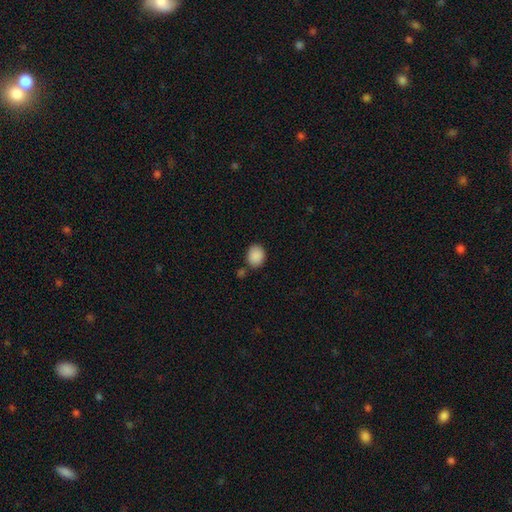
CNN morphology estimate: smooth-or-featured: smooth: 89% | star or artifact: 8% | featured or disk: 3%
  how-rounded: in between: 50% | round: 49% | cigar-shaped: 1%
  merging: none: 75% | minor disturbance: 13% | merger: 9% | major disturbance: 4%